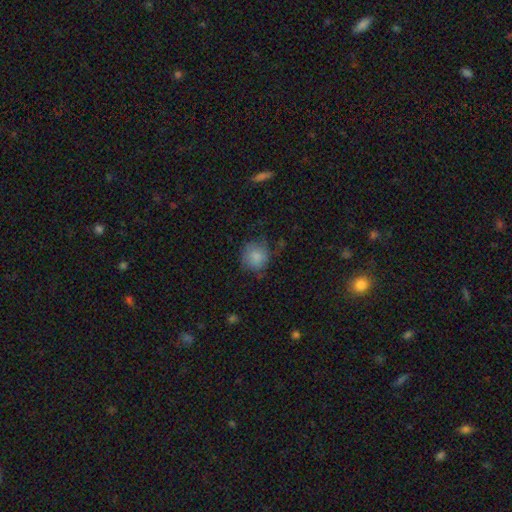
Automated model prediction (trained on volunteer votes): Smooth or featured? smooth (79%)
How rounded? round (85%)
Merging? none (70%)